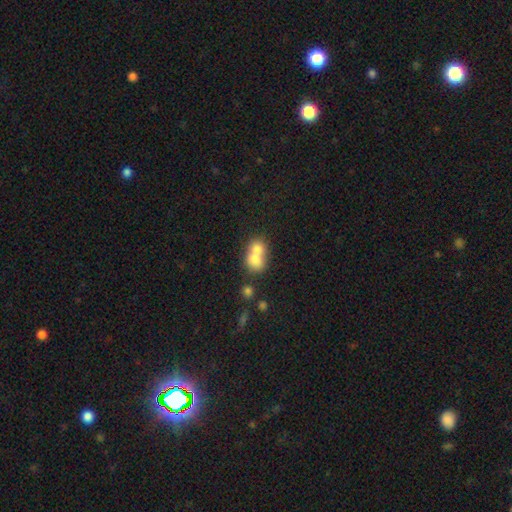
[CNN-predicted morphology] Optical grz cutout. It shows a smooth galaxy with no disk features (74%) that is round (57%). Merging: merger (71%).